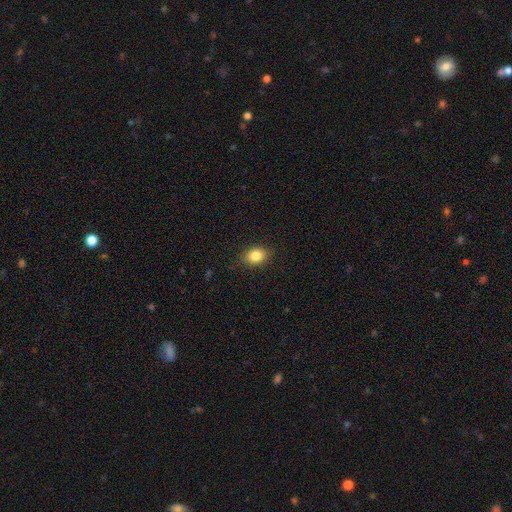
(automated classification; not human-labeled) smooth_or_featured: smooth (p=0.83) [alt: star or artifact p=0.10]
how_rounded: in between (p=0.62) [alt: round p=0.37]
merging: none (p=0.86) [alt: minor disturbance p=0.11]